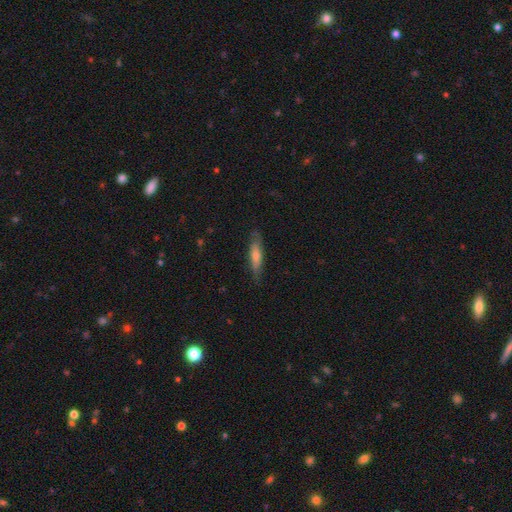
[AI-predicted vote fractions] This appears to be a smooth galaxy with no disk features (52%) that is cigar-shaped (82%). Merging: none (82%).